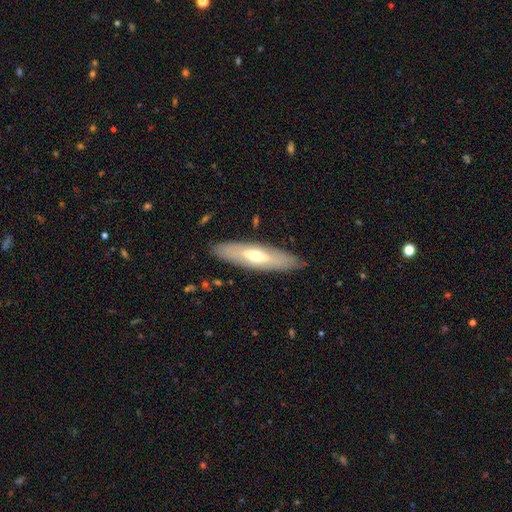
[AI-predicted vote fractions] A featured or disk galaxy (50%). Merging: none (86%).